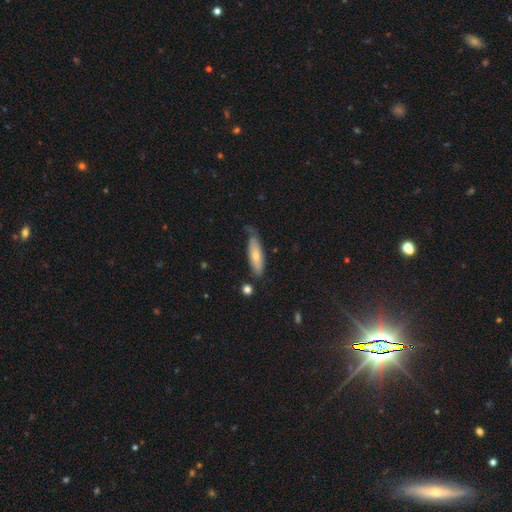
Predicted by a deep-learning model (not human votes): Smooth or featured: smooth — 66% (featured or disk — 29%)
How rounded: cigar-shaped — 54% (in between — 44%)
Merging: none — 62% (minor disturbance — 28%)